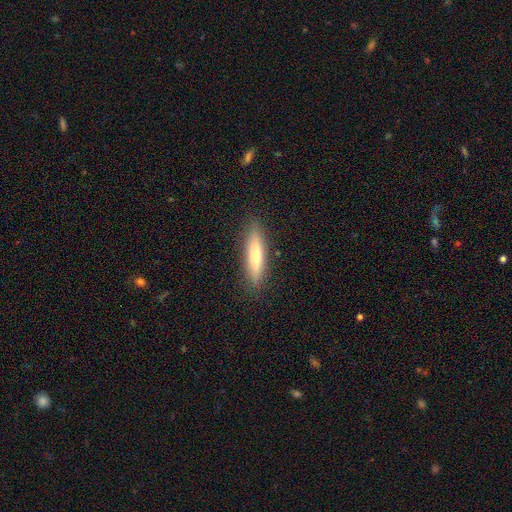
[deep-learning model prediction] The model was most divided on "smooth or featured": smooth: 64%, featured or disk: 29%, star or artifact: 6%. More confident: merging — none (87%); how rounded — cigar-shaped (82%).